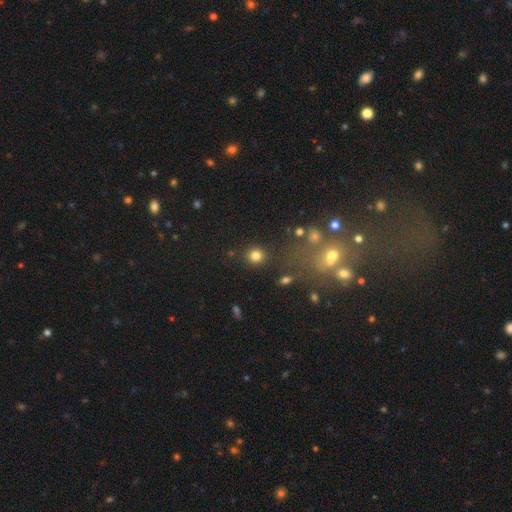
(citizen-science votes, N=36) Smooth or featured? 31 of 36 (86%) said smooth. How rounded? 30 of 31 (97%) said round. Merging? 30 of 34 (88%) said none.